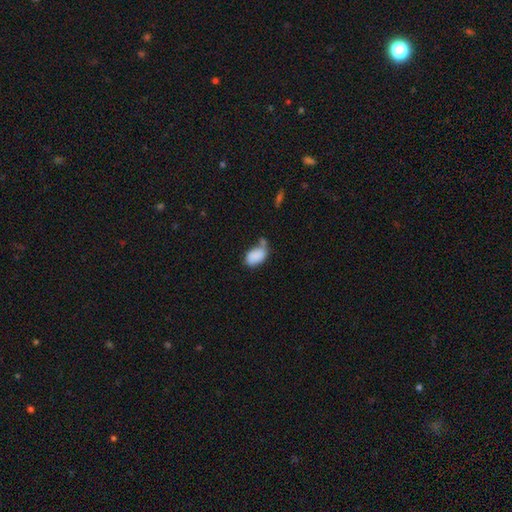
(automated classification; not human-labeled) This appears to be a smooth galaxy with no disk features (86%) that is in between round and cigar-shaped (90%). Merging: none (41%).